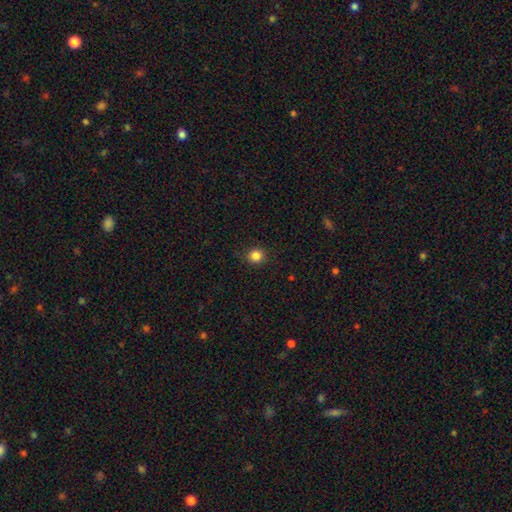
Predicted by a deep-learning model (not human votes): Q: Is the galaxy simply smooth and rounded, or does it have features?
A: smooth — 84%.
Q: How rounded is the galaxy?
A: round — 91%.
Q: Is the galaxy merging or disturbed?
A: none — 89%.